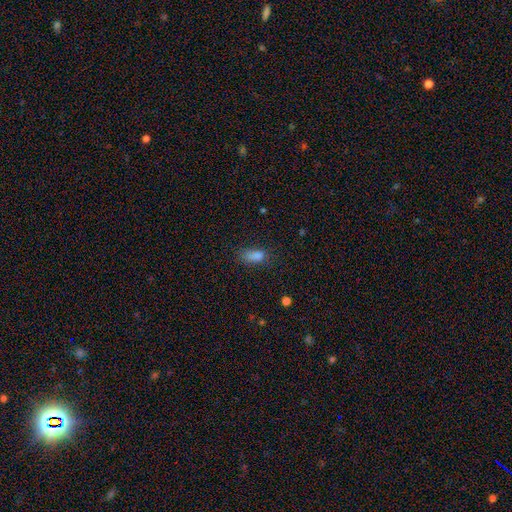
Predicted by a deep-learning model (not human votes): smooth 77%, star or artifact 15%, featured or disk 7%. Down the decision tree: how rounded — in between (75%); merging — none (61%).